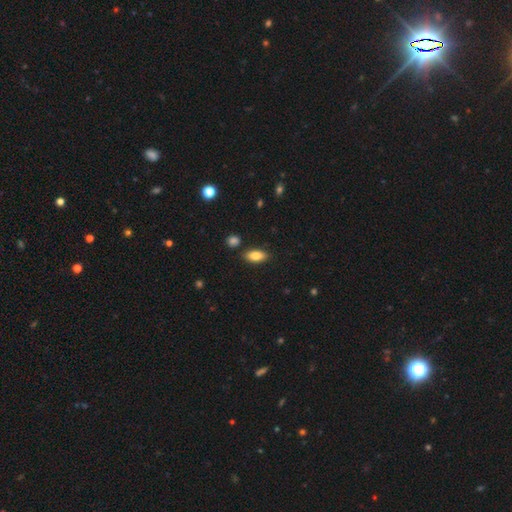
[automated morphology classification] Smooth or featured? Predicted: smooth (p=0.81). How rounded? Predicted: in between (p=0.86). Merging? Predicted: none (p=0.84).